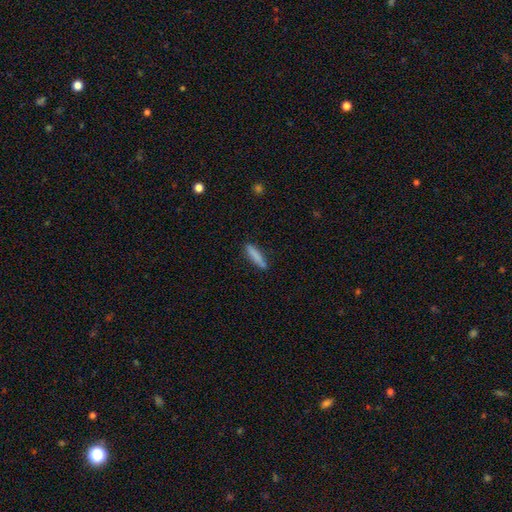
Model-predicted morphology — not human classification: Smooth or featured: smooth — 83% (featured or disk — 10%)
How rounded: cigar-shaped — 85% (in between — 14%)
Merging: none — 83% (minor disturbance — 12%)